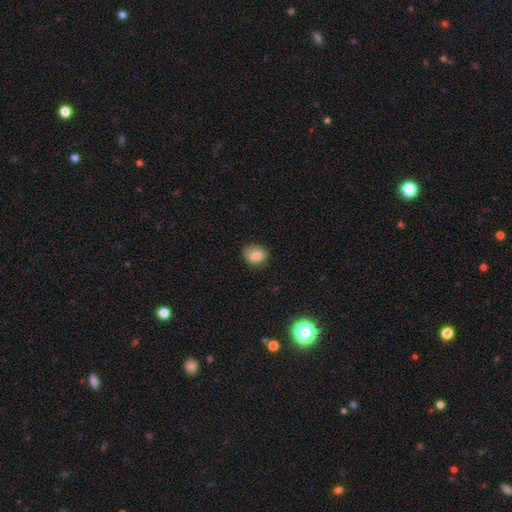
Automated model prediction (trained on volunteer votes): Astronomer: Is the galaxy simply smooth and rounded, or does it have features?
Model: smooth — 78%.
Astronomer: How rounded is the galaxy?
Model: round — 55% (runner-up: in between, 44%).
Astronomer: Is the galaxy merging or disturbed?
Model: none — 80%.